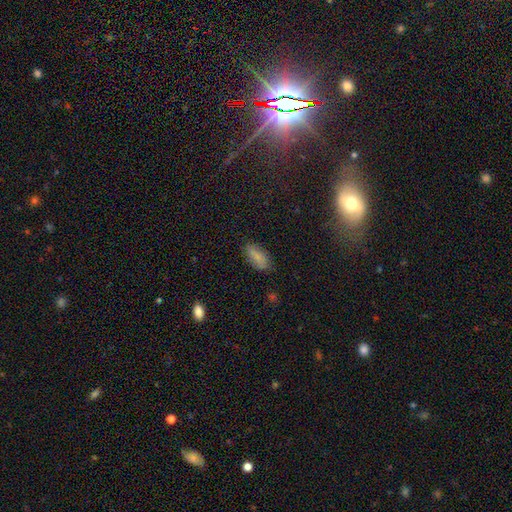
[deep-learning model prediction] Overall: smooth (81%). How rounded: in between (85%). Merging: none (80%).